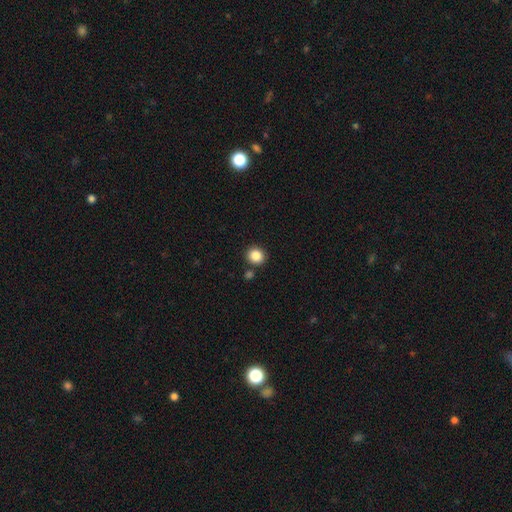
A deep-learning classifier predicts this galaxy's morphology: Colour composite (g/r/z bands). It shows a smooth galaxy with no disk features (87%) that is round (88%). Merging: none (84%).